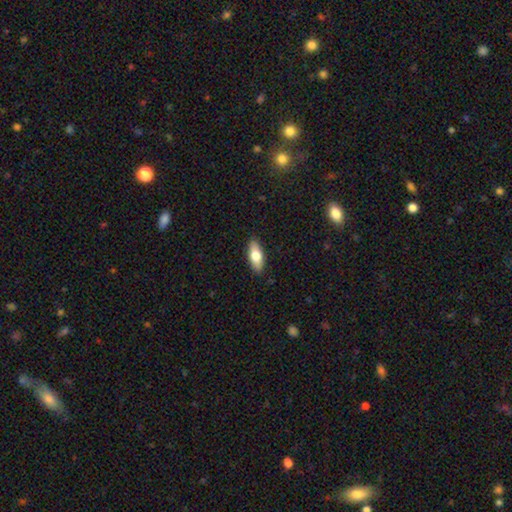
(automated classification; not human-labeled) smooth-or-featured: smooth: 70% | featured or disk: 24% | star or artifact: 6%
  how-rounded: in between: 75% | cigar-shaped: 22% | round: 3%
  merging: none: 89% | minor disturbance: 9% | major disturbance: 2% | merger: 1%